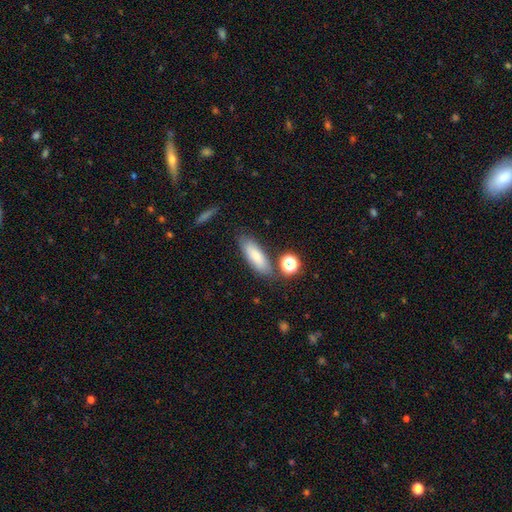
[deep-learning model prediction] This is likely a smooth galaxy (78%). How rounded: possibly in between (57%). Merging: likely none (76%).